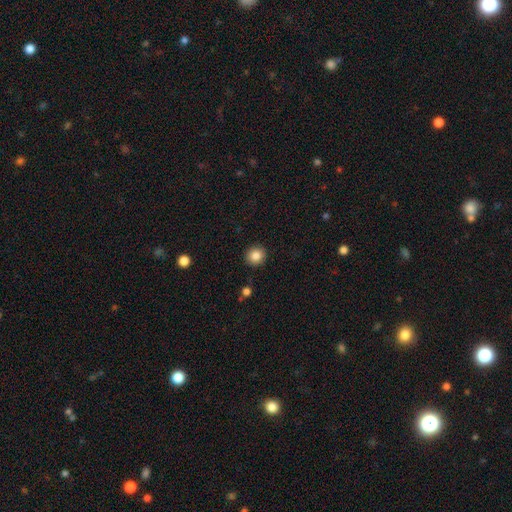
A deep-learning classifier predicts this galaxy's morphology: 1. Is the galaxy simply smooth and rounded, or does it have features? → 85% smooth, 10% star or artifact, 5% featured or disk.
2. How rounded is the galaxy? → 90% round, 9% in between, 1% cigar-shaped.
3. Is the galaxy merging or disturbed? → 92% none, 5% minor disturbance, 2% major disturbance, 1% merger.